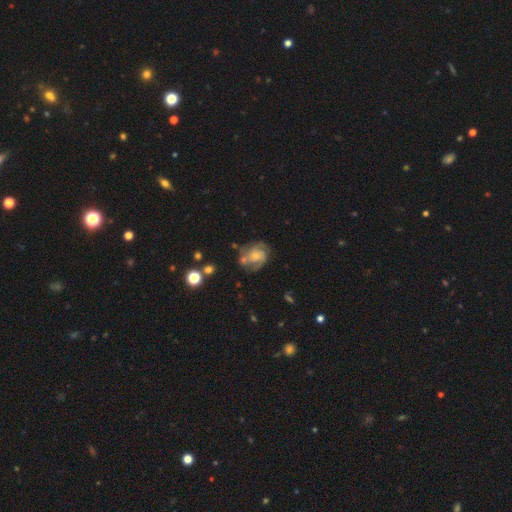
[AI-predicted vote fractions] Smooth or featured?
  - featured or disk: 73% *
  - smooth: 19%
  - star or artifact: 8%
Edge-on disk?
  - no: 98% *
  - yes: 2%
Bar?
  - no: 70% *
  - weak: 25%
  - strong: 4%
Spiral arms?
  - yes: 90% *
  - no: 10%
Spiral winding?
  - tight: 43% * (tied)
  - medium: 43% * (tied)
  - loose: 14%
Spiral arm count?
  - 2: 41% *
  - 3: 25%
  - can't tell: 22%
  - 1: 5%
  - 4: 5%
  - more than 4: 3%
Bulge size?
  - small: 57% *
  - moderate: 33%
  - none: 5%
  - large: 3%
  - dominant: 1%
Merging?
  - none: 57% *
  - minor disturbance: 22%
  - major disturbance: 12%
  - merger: 10%